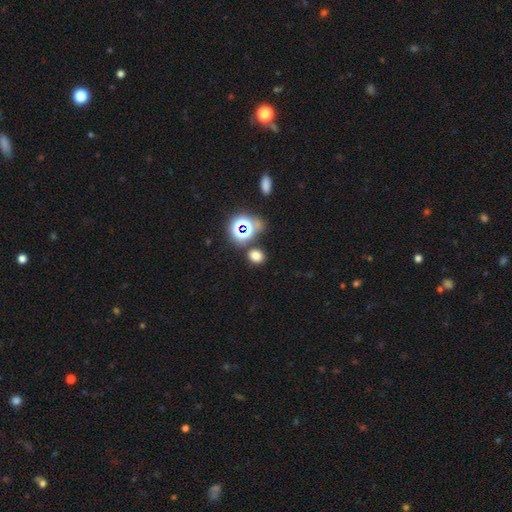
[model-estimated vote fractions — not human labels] A smooth galaxy with no disk features (71%) that is round (54%).

Vote fractions:
- Smooth or featured? smooth: 71% / star or artifact: 23% / featured or disk: 6%
- How rounded? round: 54% / in between: 45% / cigar-shaped: 1%
- Merging? none: 79% / minor disturbance: 10% / merger: 7% / major disturbance: 4%